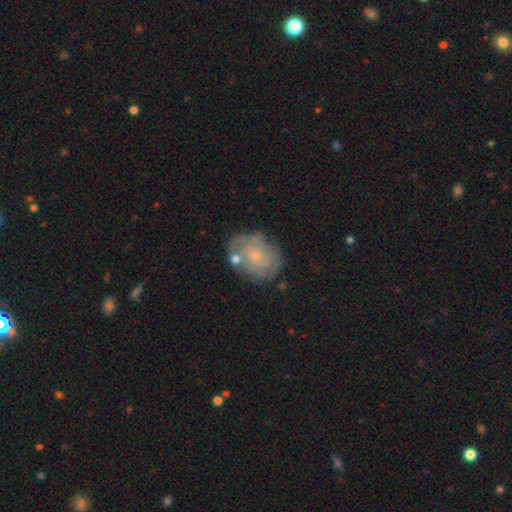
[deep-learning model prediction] Q: Smooth or featured?
A: featured or disk (65%); runner-up: smooth (28%)
Q: Edge-on disk?
A: no (97%); runner-up: yes (3%)
Q: Bar?
A: no (76%); runner-up: weak (21%)
Q: Spiral arms?
A: yes (80%); runner-up: no (20%)
Q: Spiral winding?
A: tight (63%); runner-up: medium (27%)
Q: Spiral arm count?
A: can't tell (49%); runner-up: 2 (23%)
Q: Bulge size?
A: small (63%); runner-up: moderate (26%)
Q: Merging?
A: none (68%); runner-up: minor disturbance (19%)